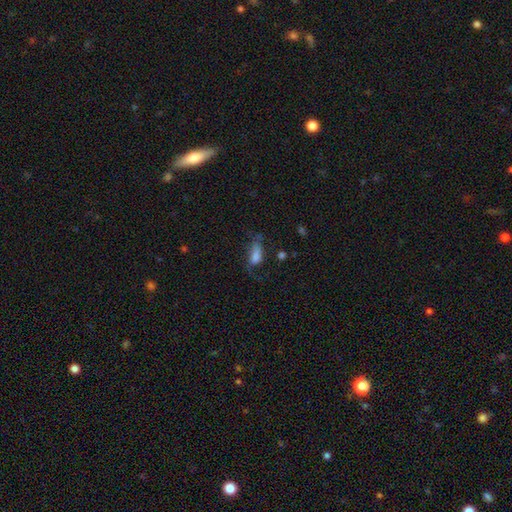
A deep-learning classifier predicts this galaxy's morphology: type=smooth (64%); roundness=in between (77%); merging=none (37%).